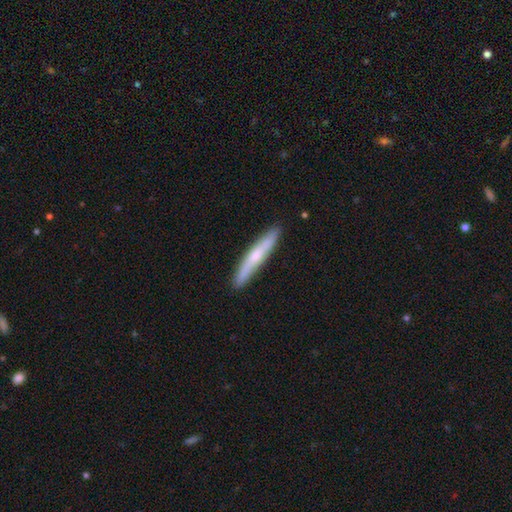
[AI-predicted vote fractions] This appears to be a smooth galaxy with no disk features (51%) that is cigar-shaped (94%). Merging: none (89%).